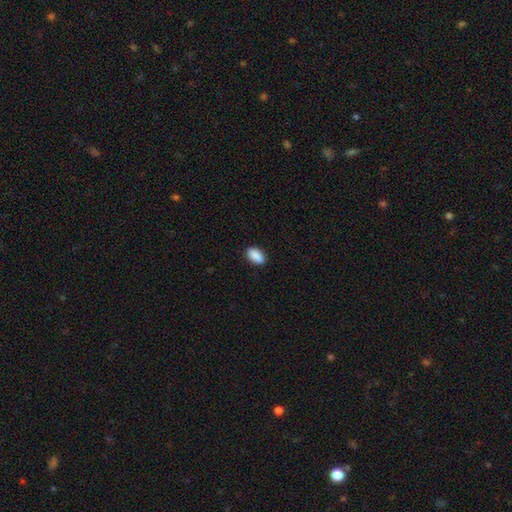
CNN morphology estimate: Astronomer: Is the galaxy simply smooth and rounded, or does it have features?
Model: smooth — 90%.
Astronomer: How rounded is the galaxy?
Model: in between — 92%.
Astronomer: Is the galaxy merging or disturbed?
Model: none — 89%.